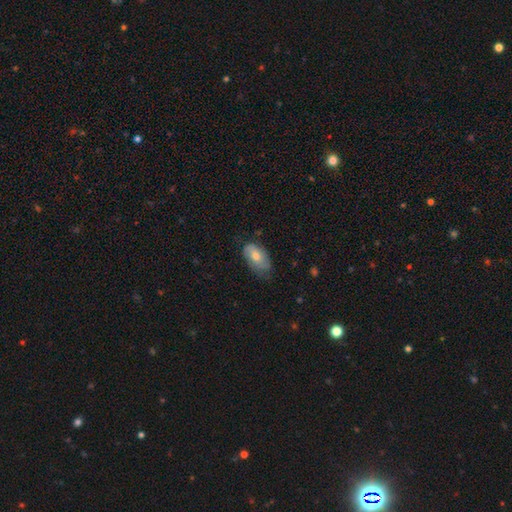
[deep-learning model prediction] Smooth or featured?
  - smooth: 61% *
  - featured or disk: 32%
  - star or artifact: 7%
How rounded?
  - in between: 92% *
  - round: 5%
  - cigar-shaped: 3%
Merging?
  - none: 56% *
  - minor disturbance: 33%
  - major disturbance: 9%
  - merger: 1%